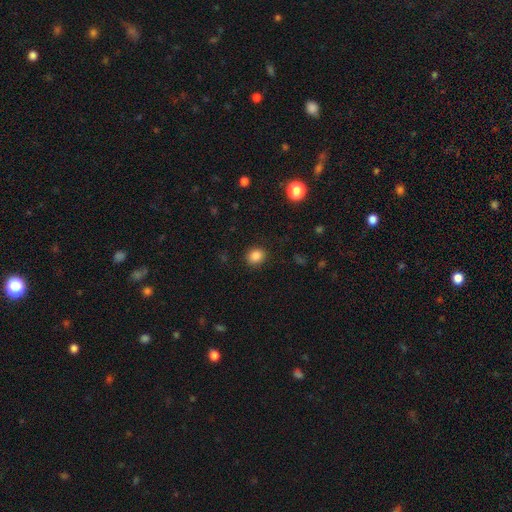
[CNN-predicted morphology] Overall: smooth (86%). How rounded: round (73%). Merging: none (89%).